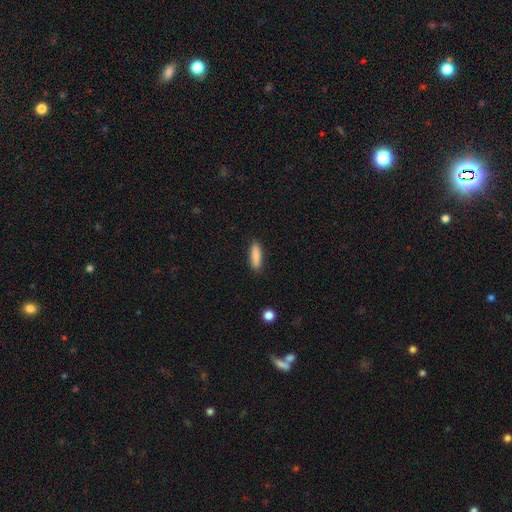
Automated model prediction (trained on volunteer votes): A smooth galaxy with no disk features (87%) that is cigar-shaped (58%).

Vote fractions:
- Smooth or featured? smooth: 87% / featured or disk: 6% / star or artifact: 6%
- How rounded? cigar-shaped: 58% / in between: 41% / round: 2%
- Merging? none: 88% / minor disturbance: 9% / major disturbance: 2% / merger: 1%